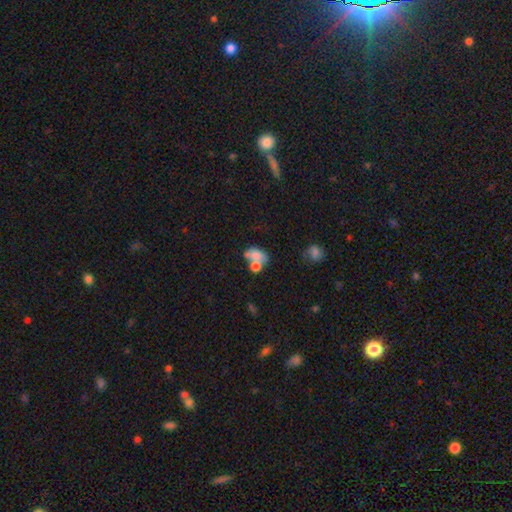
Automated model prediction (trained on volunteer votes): Smooth or featured? smooth (69%)
How rounded? in between (77%)
Merging? merger (53%)